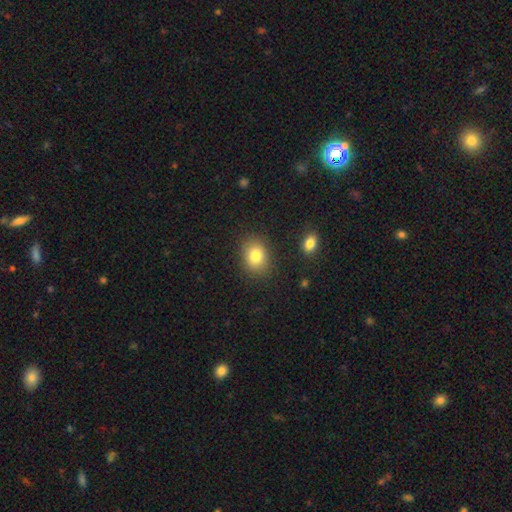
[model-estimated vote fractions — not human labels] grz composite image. It shows a smooth galaxy with no disk features (80%) that is in between round and cigar-shaped (52%). Merging: none (86%).